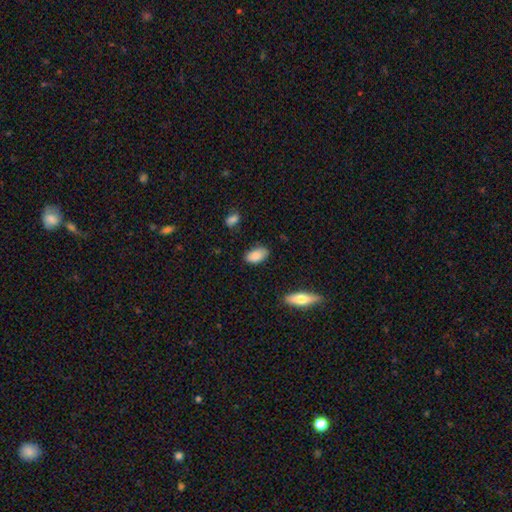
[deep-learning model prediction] Morphology: type=smooth (87%); roundness=in between (94%); merging=none (78%).